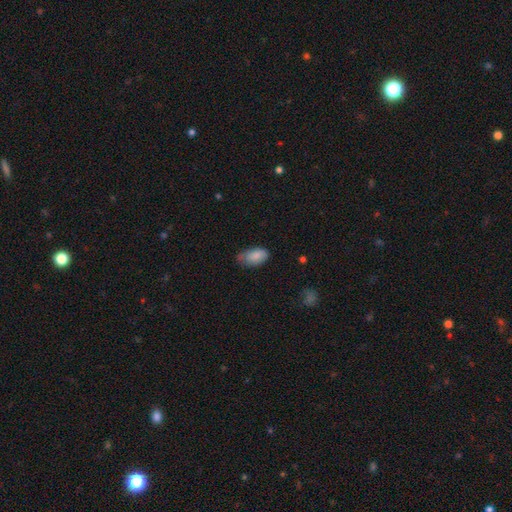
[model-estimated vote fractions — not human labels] Smooth or featured?
  - smooth: 82% *
  - featured or disk: 11%
  - star or artifact: 7%
How rounded?
  - in between: 93% *
  - round: 4%
  - cigar-shaped: 3%
Merging?
  - none: 50% *
  - minor disturbance: 38%
  - major disturbance: 9%
  - merger: 2%